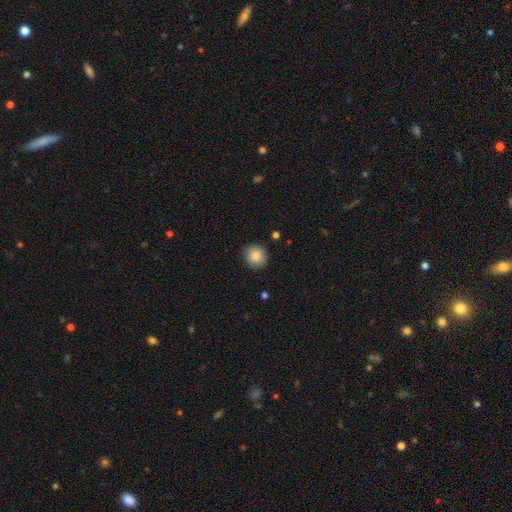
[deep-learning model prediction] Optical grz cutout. It shows a smooth galaxy with no disk features (87%) that is round (87%). Merging: none (88%).